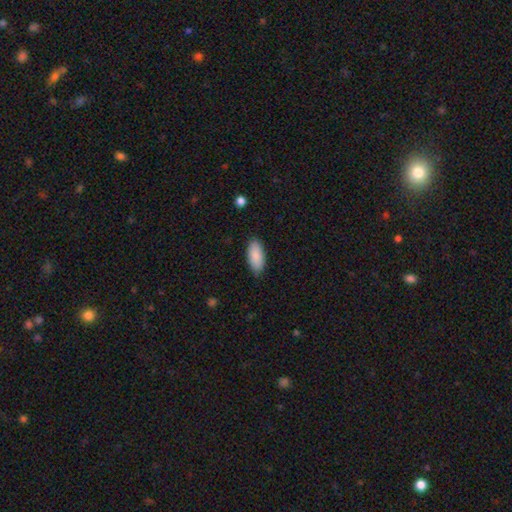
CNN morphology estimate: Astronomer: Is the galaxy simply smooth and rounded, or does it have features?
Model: smooth — 88%.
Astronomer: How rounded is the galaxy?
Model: in between — 90%.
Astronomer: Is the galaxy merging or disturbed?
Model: none — 83%.